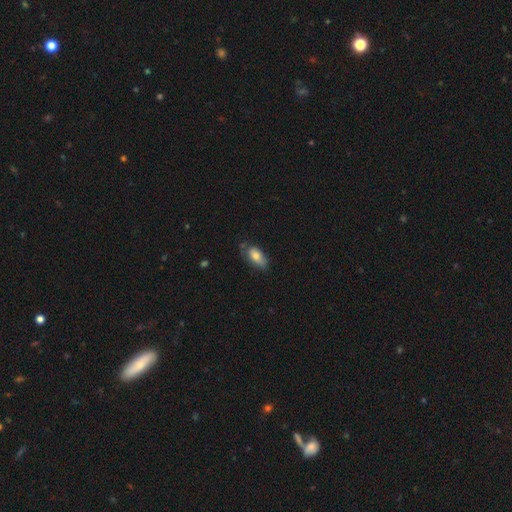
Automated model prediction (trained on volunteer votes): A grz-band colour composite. It shows a smooth galaxy with no disk features (76%) that is in between round and cigar-shaped (88%). Merging: none (54%).